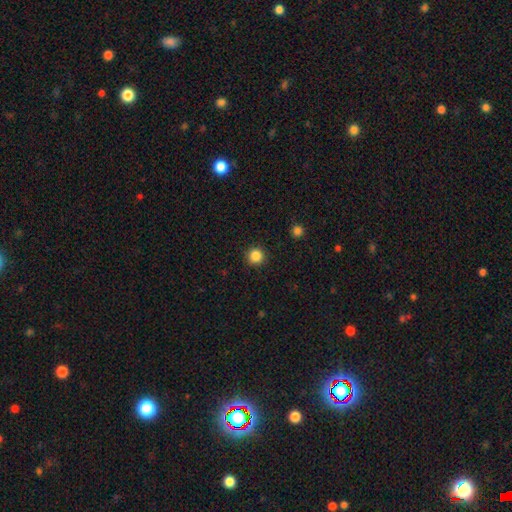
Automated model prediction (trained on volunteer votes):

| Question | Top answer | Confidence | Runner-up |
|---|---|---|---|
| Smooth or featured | smooth | 85% | star or artifact (11%) |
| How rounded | round | 95% | in between (4%) |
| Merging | none | 92% | minor disturbance (5%) |